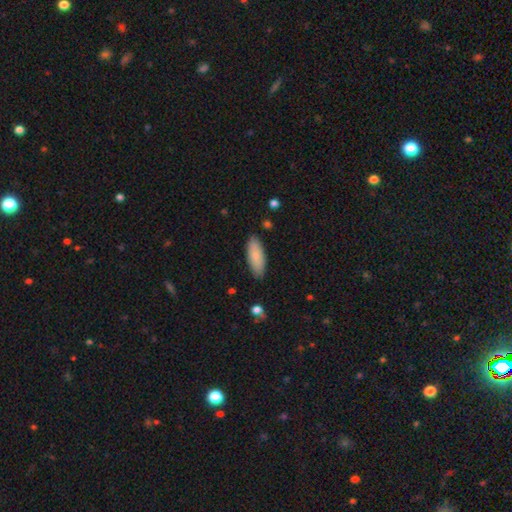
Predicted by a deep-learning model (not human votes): Smooth or featured? Predicted: smooth (p=0.83). How rounded? Predicted: in between (p=0.74). Merging? Predicted: none (p=0.85).